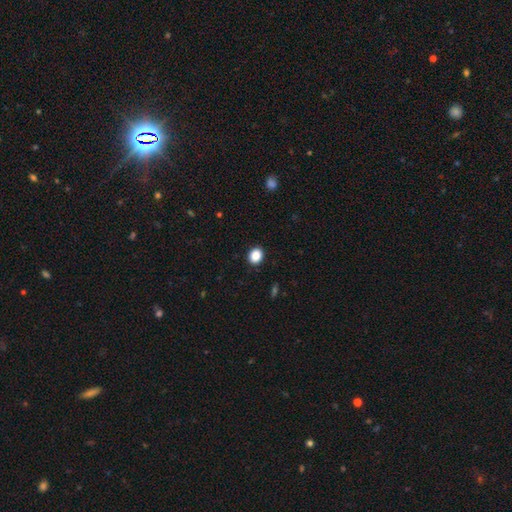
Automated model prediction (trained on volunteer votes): Overall: smooth (88%). How rounded: round (64%; in between 35%). Merging: none (92%).